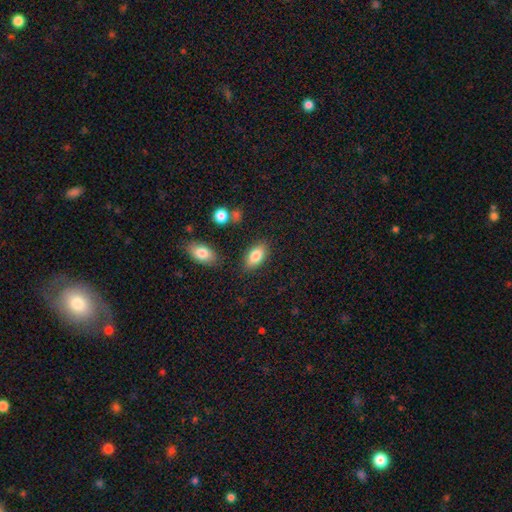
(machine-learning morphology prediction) A smooth galaxy with no disk features (82%) that is in between round and cigar-shaped (90%).

Vote fractions:
- Smooth or featured? smooth: 82% / featured or disk: 11% / star or artifact: 7%
- How rounded? in between: 90% / cigar-shaped: 6% / round: 4%
- Merging? none: 83% / minor disturbance: 11% / merger: 3% / major disturbance: 3%